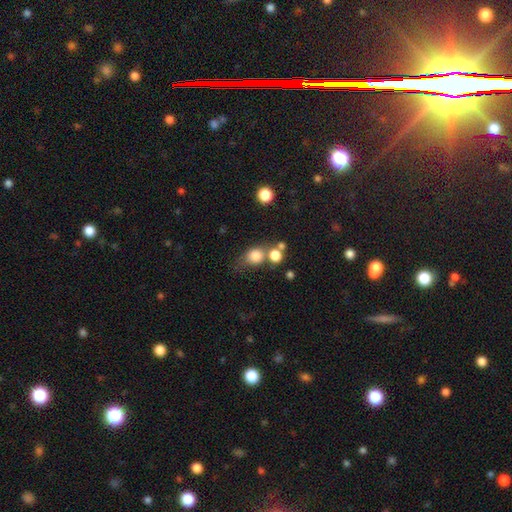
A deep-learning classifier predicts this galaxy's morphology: Overall: smooth (80%). How rounded: round (64%; in between 34%). Merging: none (42%; merger 30%).